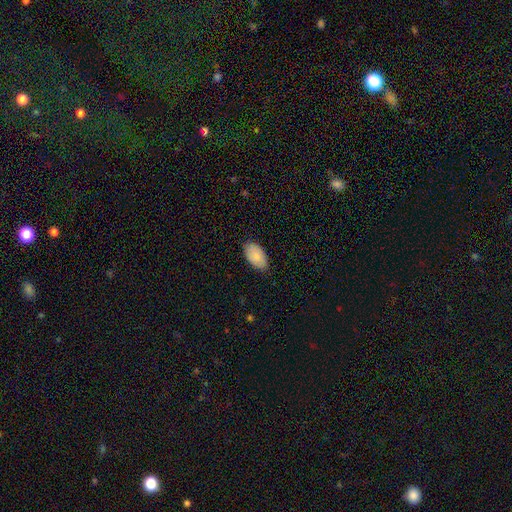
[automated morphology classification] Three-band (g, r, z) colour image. It shows a smooth galaxy with no disk features (86%) that is in between round and cigar-shaped (95%). Merging: none (82%).